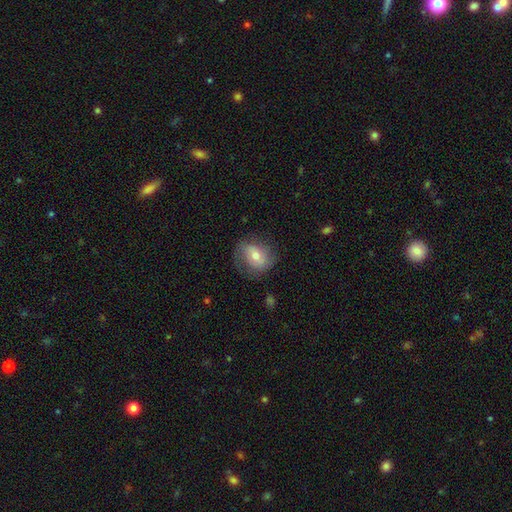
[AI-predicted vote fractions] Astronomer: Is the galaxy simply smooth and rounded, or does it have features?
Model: smooth — 55% (runner-up: featured or disk, 37%).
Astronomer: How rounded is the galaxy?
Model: round — 53% (runner-up: in between, 45%).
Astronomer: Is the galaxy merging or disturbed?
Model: none — 69%.